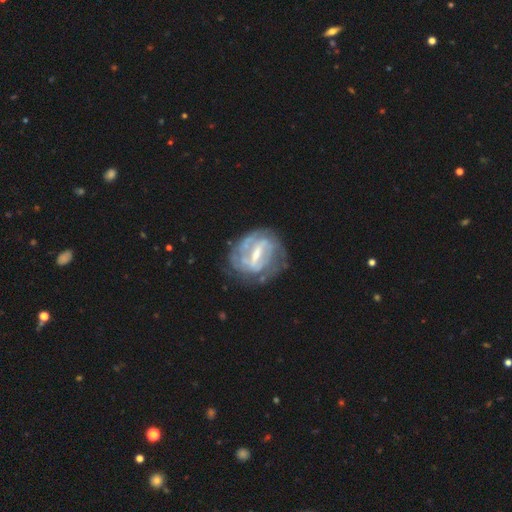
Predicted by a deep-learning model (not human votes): This appears to be a featured or disk galaxy (83%) with a strong bar (64%), tight (62%) spiral arms (83%) and a moderate central bulge (44%). Merging: none (67%).